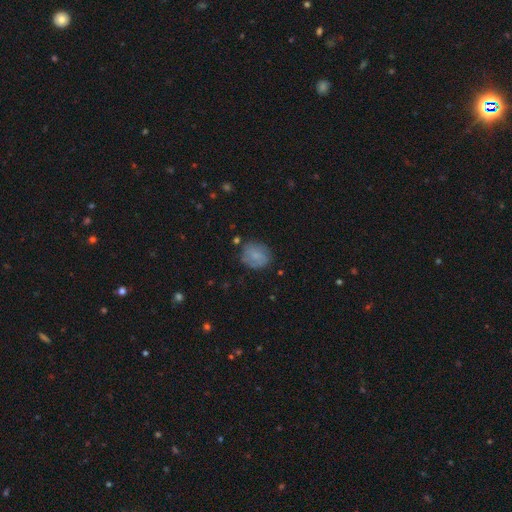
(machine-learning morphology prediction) Q: Smooth or featured?
A: smooth (66%); runner-up: featured or disk (25%)
Q: How rounded?
A: round (69%); runner-up: in between (30%)
Q: Merging?
A: none (71%); runner-up: minor disturbance (20%)